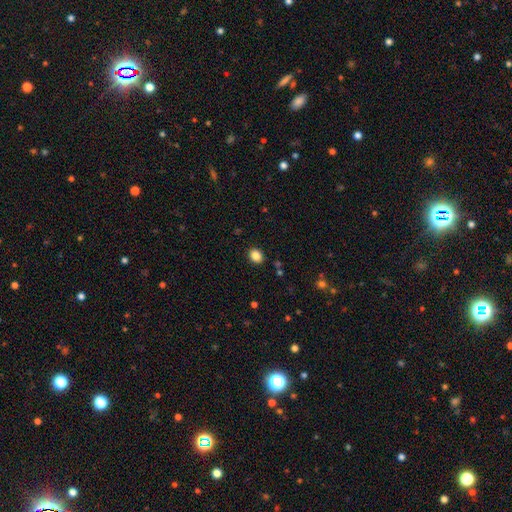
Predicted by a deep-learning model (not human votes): smooth_or_featured: smooth (p=0.85) [alt: star or artifact p=0.10]
how_rounded: round (p=0.56) [alt: in between p=0.43]
merging: none (p=0.90) [alt: minor disturbance p=0.07]